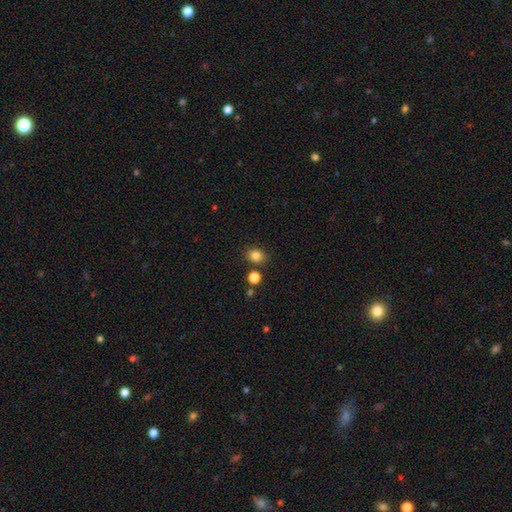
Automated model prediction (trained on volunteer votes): Smooth or featured: smooth — 83% (star or artifact — 12%)
How rounded: round — 55% (in between — 44%)
Merging: none — 82% (minor disturbance — 10%)